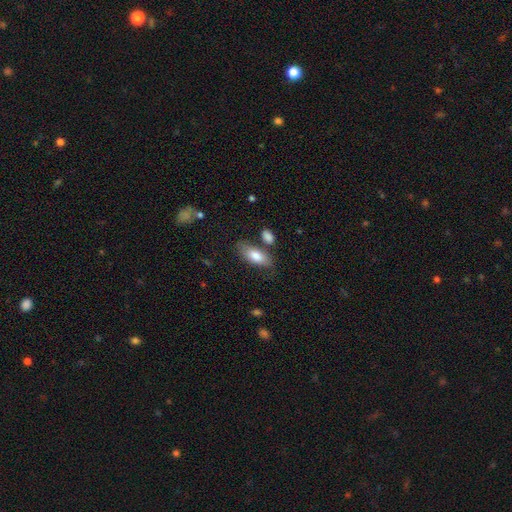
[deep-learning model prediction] Smooth or featured? smooth (79%)
How rounded? in between (85%)
Merging? none (65%)